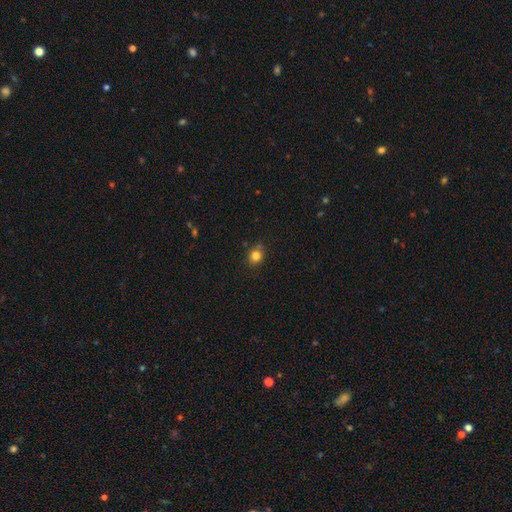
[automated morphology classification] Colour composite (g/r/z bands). It shows a smooth galaxy with no disk features (82%) that is round (74%). Merging: none (77%).